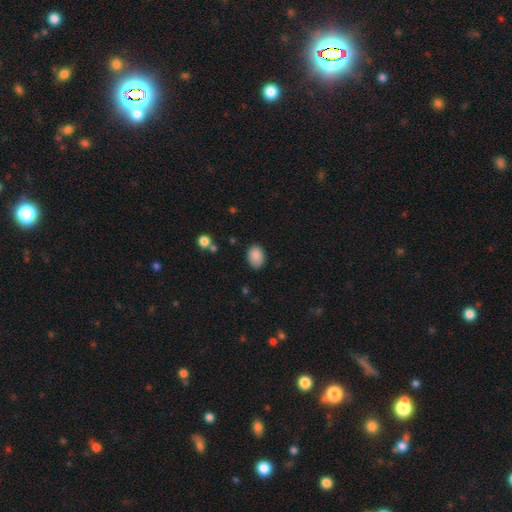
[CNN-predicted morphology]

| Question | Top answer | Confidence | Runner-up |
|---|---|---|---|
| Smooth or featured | smooth | 88% | star or artifact (8%) |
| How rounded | in between | 79% | round (20%) |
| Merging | none | 82% | minor disturbance (14%) |